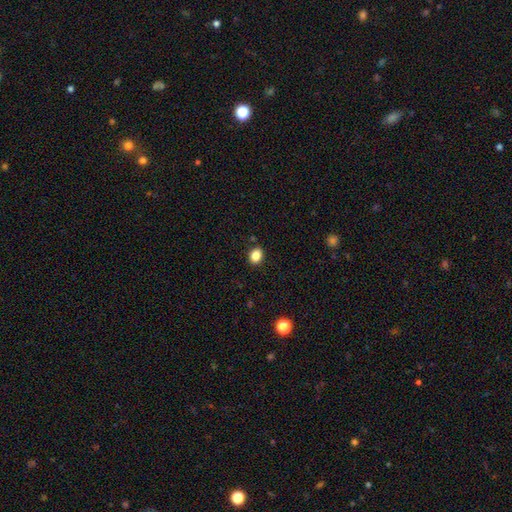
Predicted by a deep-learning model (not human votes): Smooth or featured? smooth (86%)
How rounded? in between (53%)
Merging? none (88%)